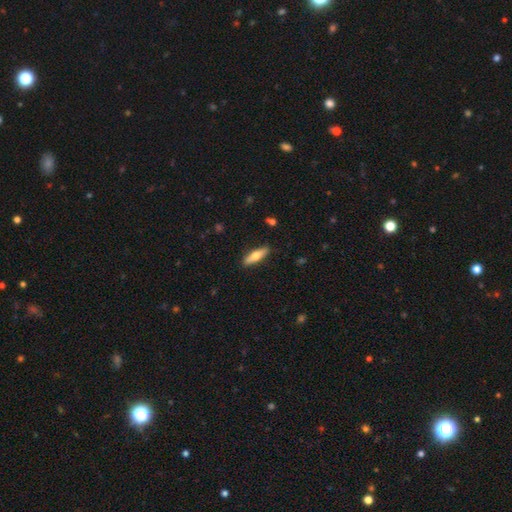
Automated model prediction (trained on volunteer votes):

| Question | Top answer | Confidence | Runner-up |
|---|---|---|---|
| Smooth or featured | smooth | 55% | featured or disk (40%) |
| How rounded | cigar-shaped | 64% | in between (34%) |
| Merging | none | 89% | minor disturbance (8%) |